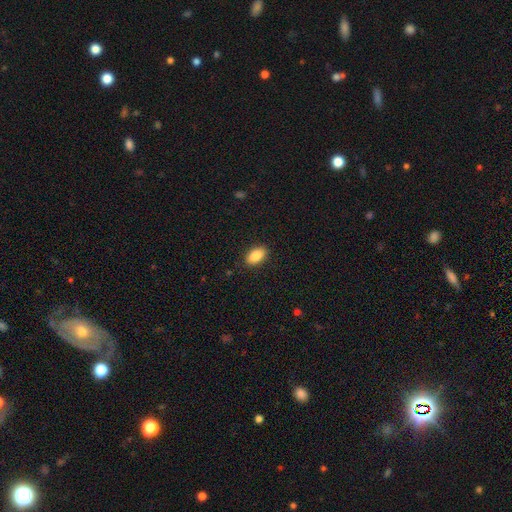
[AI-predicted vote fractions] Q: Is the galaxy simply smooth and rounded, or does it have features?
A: smooth — 87%.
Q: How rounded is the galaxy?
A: in between — 92%.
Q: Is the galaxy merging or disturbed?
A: none — 88%.